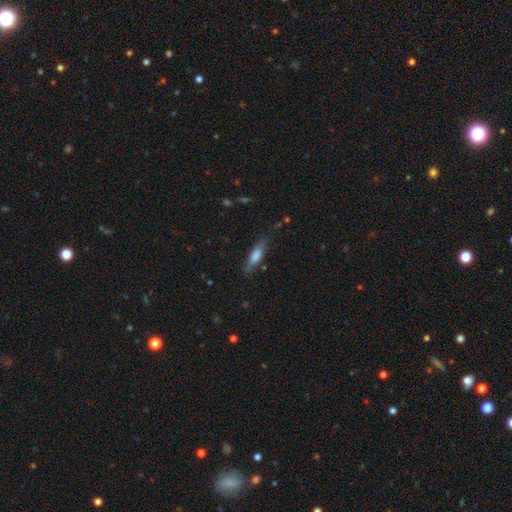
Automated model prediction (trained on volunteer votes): Overall: smooth (63%; featured or disk 29%). How rounded: cigar-shaped (59%; in between 38%). Merging: none (71%).